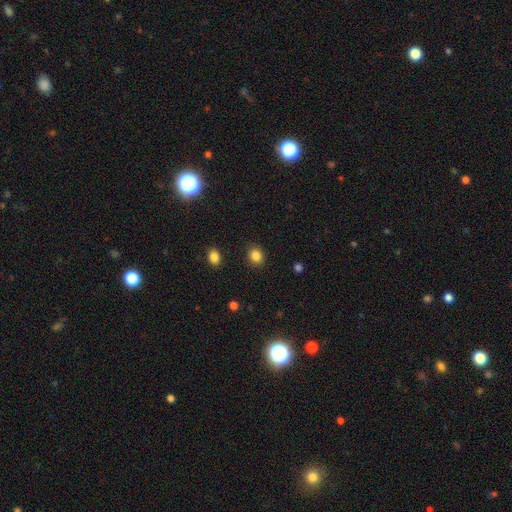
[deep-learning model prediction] Morphology: type=smooth (85%); roundness=round (64%); merging=none (89%).